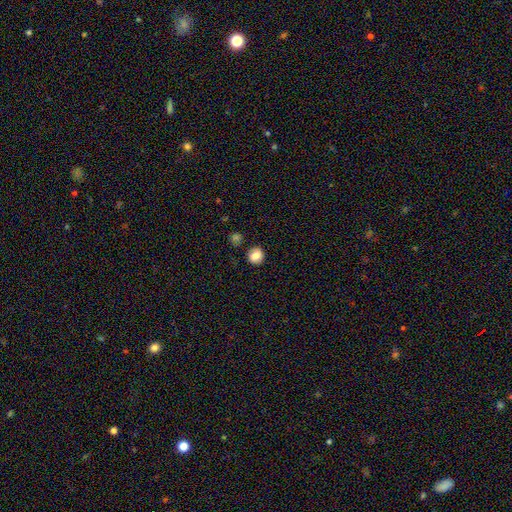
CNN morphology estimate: smooth_or_featured: smooth (p=0.83) [alt: star or artifact p=0.10]
how_rounded: round (p=0.85) [alt: in between p=0.14]
merging: none (p=0.87) [alt: minor disturbance p=0.08]